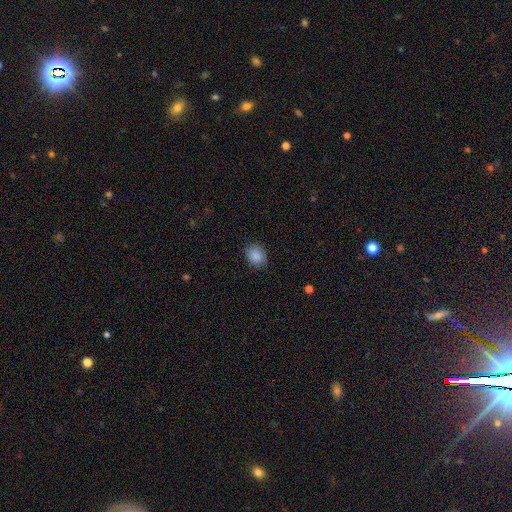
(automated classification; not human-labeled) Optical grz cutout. It shows a smooth galaxy with no disk features (87%) that is round (63%). Merging: none (83%).